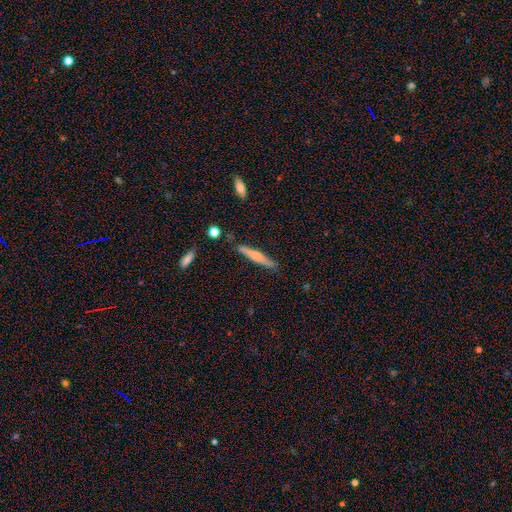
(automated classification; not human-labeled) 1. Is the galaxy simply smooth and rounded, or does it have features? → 51% smooth, 43% featured or disk, 6% star or artifact.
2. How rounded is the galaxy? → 93% cigar-shaped, 5% in between, 1% round.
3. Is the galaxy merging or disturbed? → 84% none, 11% minor disturbance, 2% merger, 2% major disturbance.